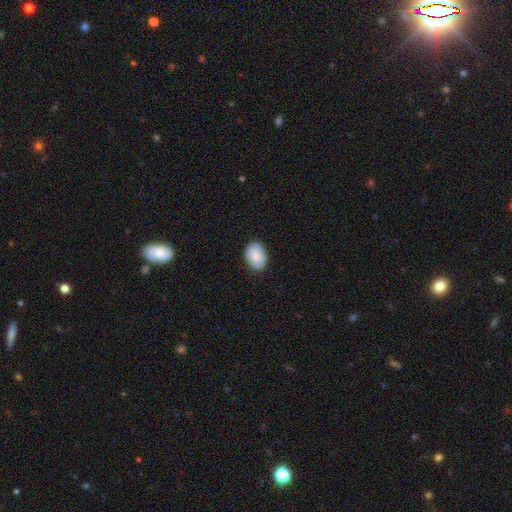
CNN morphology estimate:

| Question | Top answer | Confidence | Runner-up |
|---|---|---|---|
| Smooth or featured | smooth | 81% | featured or disk (13%) |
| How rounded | in between | 78% | round (21%) |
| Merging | none | 83% | minor disturbance (13%) |